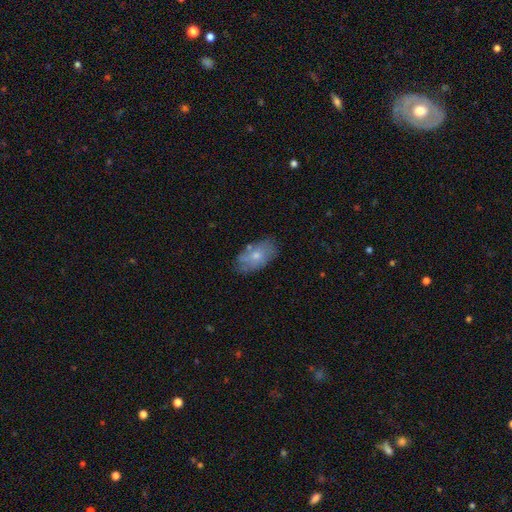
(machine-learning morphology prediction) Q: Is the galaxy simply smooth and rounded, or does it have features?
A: smooth — 59%.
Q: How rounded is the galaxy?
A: in between — 92%.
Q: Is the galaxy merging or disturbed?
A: none — 66%.